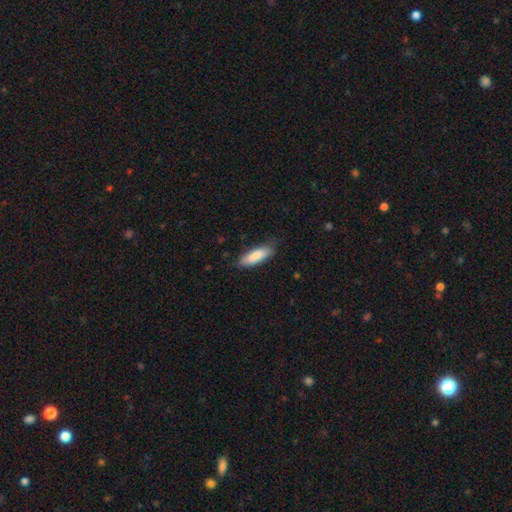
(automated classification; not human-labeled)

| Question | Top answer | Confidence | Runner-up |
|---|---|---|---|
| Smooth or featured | smooth | 85% | featured or disk (9%) |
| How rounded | in between | 54% | cigar-shaped (44%) |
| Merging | none | 76% | minor disturbance (19%) |